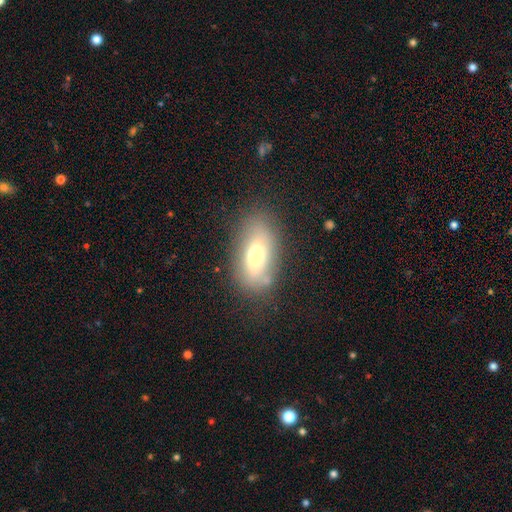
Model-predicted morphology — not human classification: smooth 65%, featured or disk 24%, star or artifact 10%. Down the decision tree: how rounded — in between (84%); merging — none (72%).